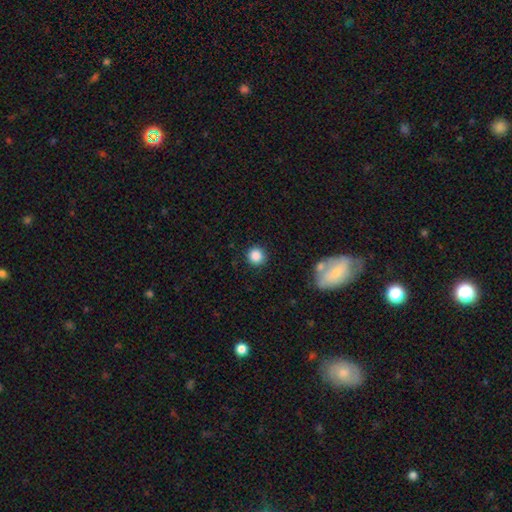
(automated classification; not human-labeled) This is clearly a smooth galaxy (86%). How rounded: clearly round (92%). Merging: clearly none (88%).